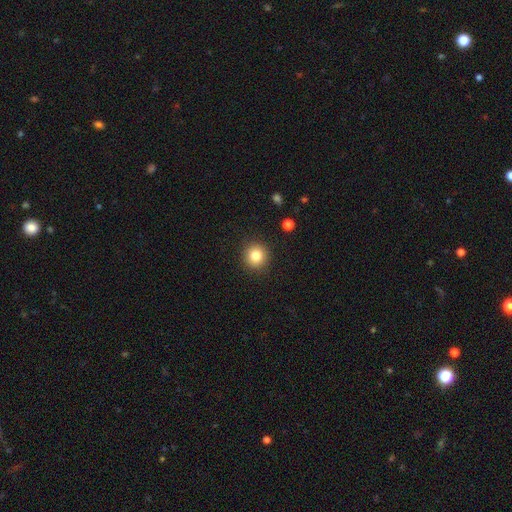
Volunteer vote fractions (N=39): This appears to be a smooth galaxy with no disk features (82%) that is round (100%). Merging: none (100%).